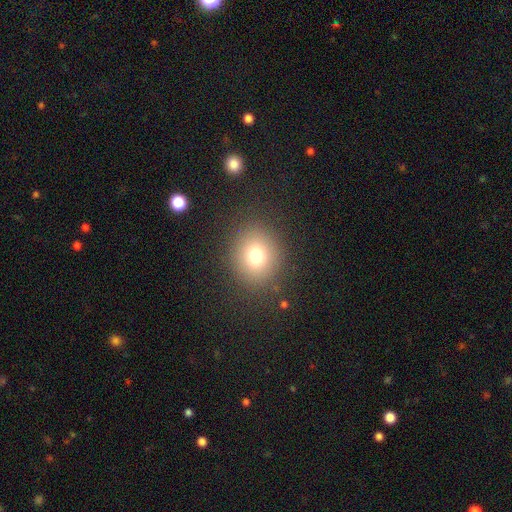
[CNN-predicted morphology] Smooth or featured: smooth — 75% (star or artifact — 15%)
How rounded: round — 76% (in between — 23%)
Merging: none — 86% (minor disturbance — 8%)